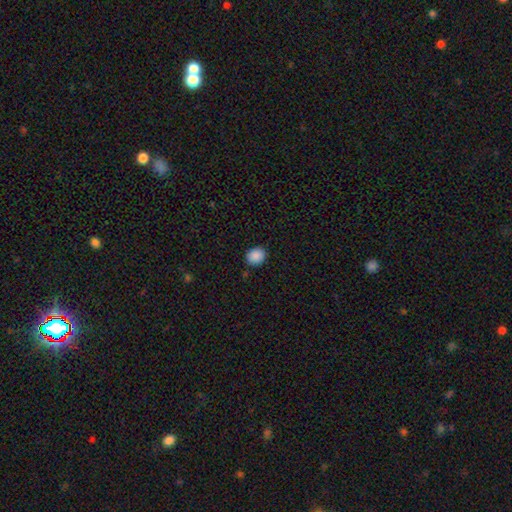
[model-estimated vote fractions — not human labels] smooth-or-featured: smooth: 89% | star or artifact: 9% | featured or disk: 3%
  how-rounded: round: 63% | in between: 36% | cigar-shaped: 1%
  merging: none: 87% | minor disturbance: 9% | major disturbance: 2% | merger: 1%